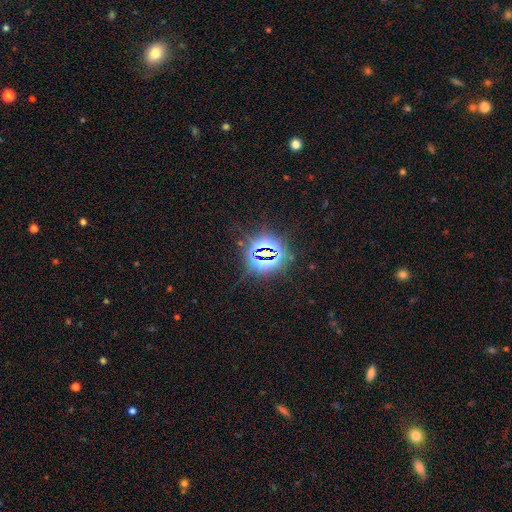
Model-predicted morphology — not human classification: Smooth or featured: star or artifact — 81% (smooth — 11%)